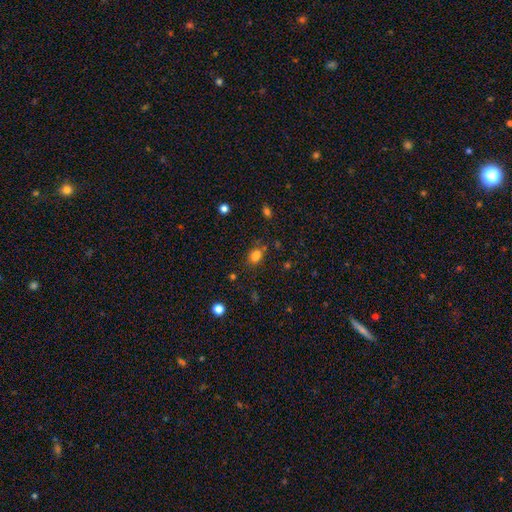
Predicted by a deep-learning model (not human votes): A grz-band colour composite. It shows a smooth galaxy with no disk features (78%) that is in between round and cigar-shaped (64%). Merging: none (67%).